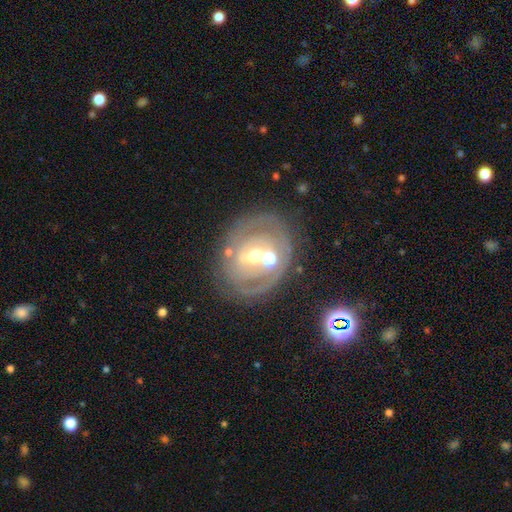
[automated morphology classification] smooth_or_featured: featured or disk (p=0.72) [alt: smooth p=0.19]
disk_edge_on: no (p=0.95) [alt: yes p=0.05]
bar: no (p=0.41) [alt: weak p=0.35]
has_spiral_arms: yes (p=0.50) [tied with: no p=0.50]
bulge_size: moderate (p=0.66) [alt: small p=0.24]
merging: none (p=0.63) [alt: minor disturbance p=0.16]